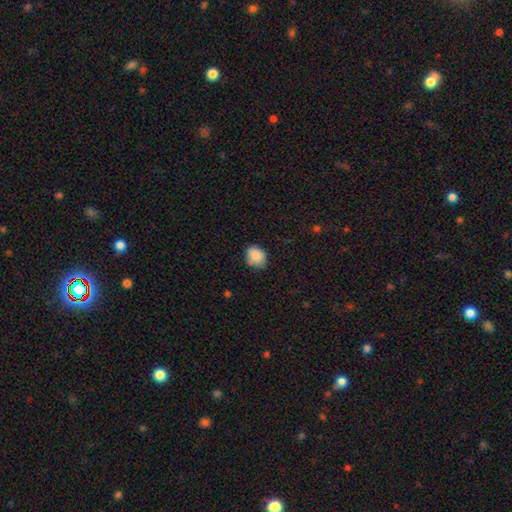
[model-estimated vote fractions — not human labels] Smooth or featured? smooth (88%)
How rounded? in between (54%)
Merging? none (72%)